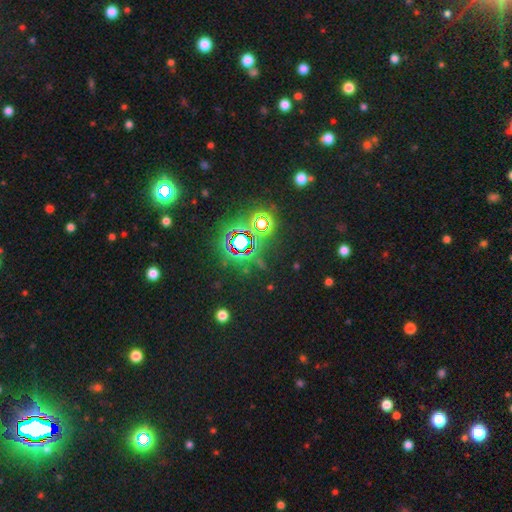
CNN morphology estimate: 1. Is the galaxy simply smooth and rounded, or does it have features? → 80% star or artifact, 13% smooth, 7% featured or disk.